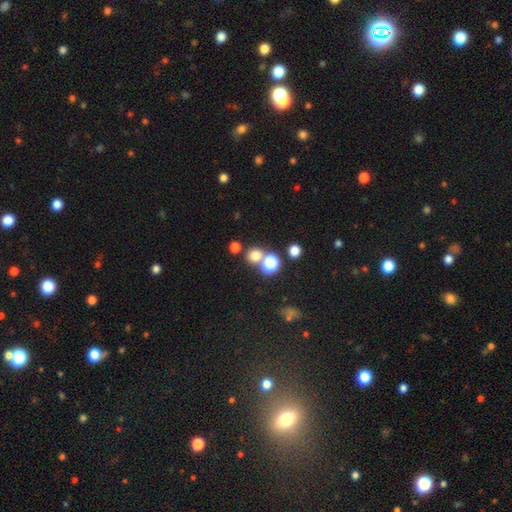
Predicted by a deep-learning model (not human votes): smooth 70%, star or artifact 23%, featured or disk 7%. Down the decision tree: how rounded — round (86%); merging — none (65%).